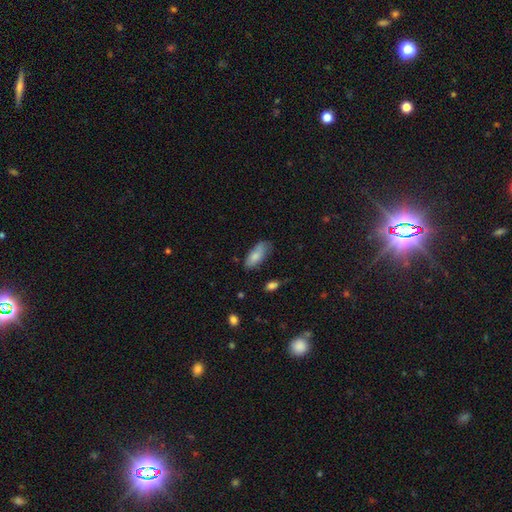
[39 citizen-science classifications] Q: Smooth or featured?
A: smooth (79%); runner-up: featured or disk (13%)
Q: How rounded?
A: in between (94%); runner-up: round (3%)
Q: Merging?
A: none (44%); runner-up: minor disturbance (31%)